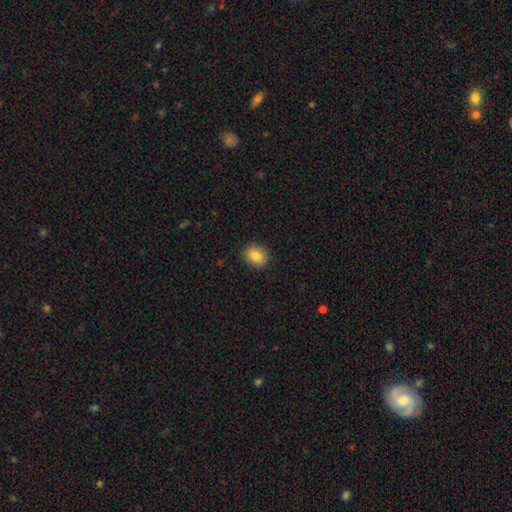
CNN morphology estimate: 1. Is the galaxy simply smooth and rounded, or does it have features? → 84% smooth, 9% star or artifact, 7% featured or disk.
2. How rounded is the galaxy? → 50% round, 49% in between, 1% cigar-shaped.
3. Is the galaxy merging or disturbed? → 89% none, 8% minor disturbance, 2% major disturbance, 1% merger.